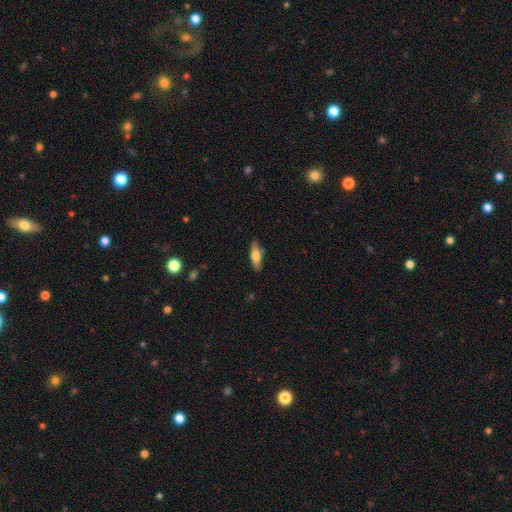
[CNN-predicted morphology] Smooth or featured: smooth — 60% (featured or disk — 34%)
How rounded: in between — 54% (cigar-shaped — 43%)
Merging: none — 82% (minor disturbance — 14%)